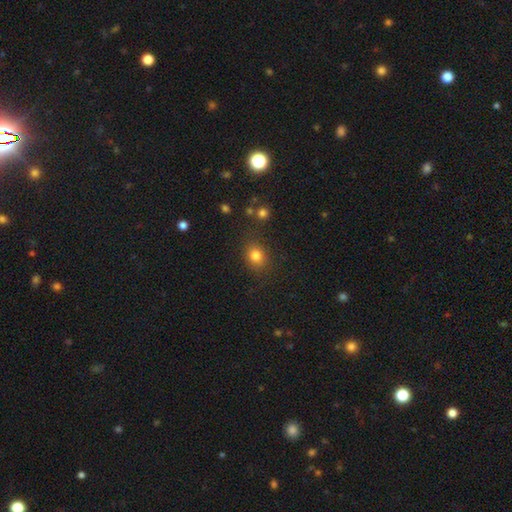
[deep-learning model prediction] Q: Smooth or featured?
A: smooth (81%); runner-up: star or artifact (13%)
Q: How rounded?
A: round (65%); runner-up: in between (34%)
Q: Merging?
A: none (80%); runner-up: minor disturbance (12%)